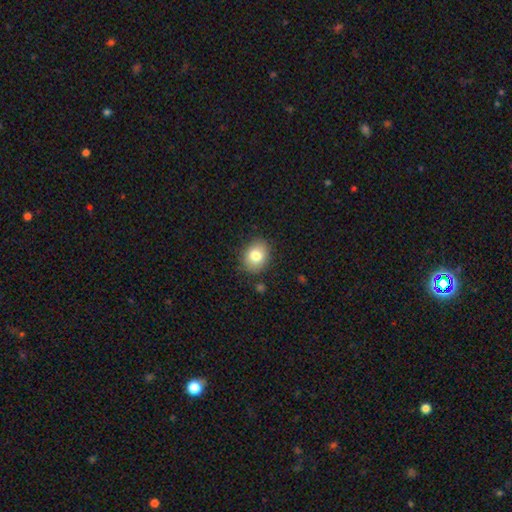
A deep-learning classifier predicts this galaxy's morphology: A smooth galaxy with no disk features (79%) that is round (52%).

Vote fractions:
- Smooth or featured? smooth: 79% / featured or disk: 11% / star or artifact: 10%
- How rounded? round: 52% / in between: 47% / cigar-shaped: 1%
- Merging? none: 84% / minor disturbance: 11% / major disturbance: 3% / merger: 2%